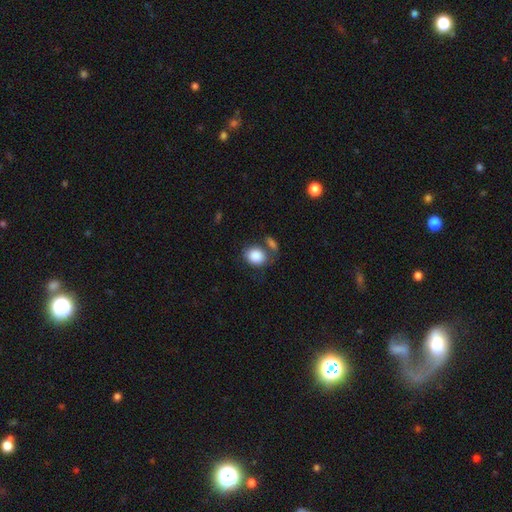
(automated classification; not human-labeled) A smooth galaxy with no disk features (87%) that is in between round and cigar-shaped (50%). Merging: none (55%).